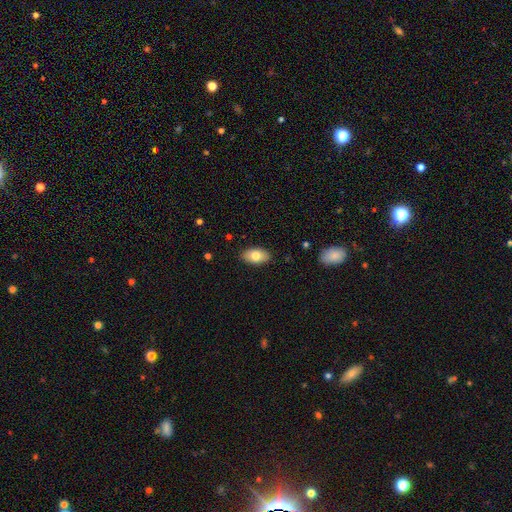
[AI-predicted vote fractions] This appears to be a smooth galaxy with no disk features (77%) that is in between round and cigar-shaped (93%). Merging: none (87%).